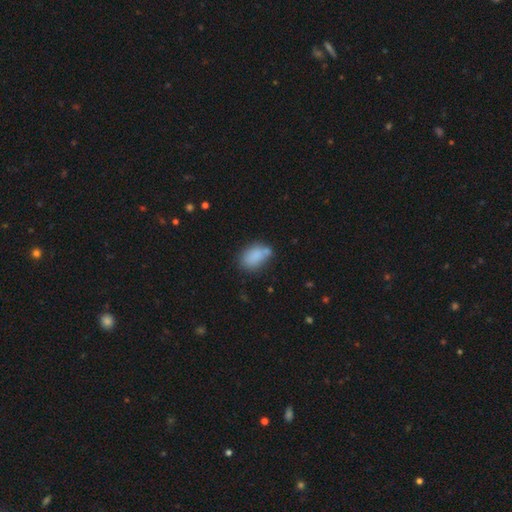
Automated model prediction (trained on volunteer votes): Morphology: type=smooth (83%); roundness=in between (87%); merging=none (56%).